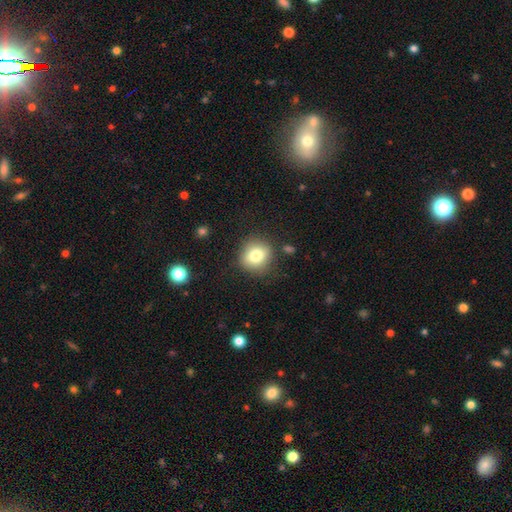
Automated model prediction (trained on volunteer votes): Smooth or featured? Predicted: smooth (p=0.79). How rounded? Predicted: round (p=0.84). Merging? Predicted: none (p=0.83).